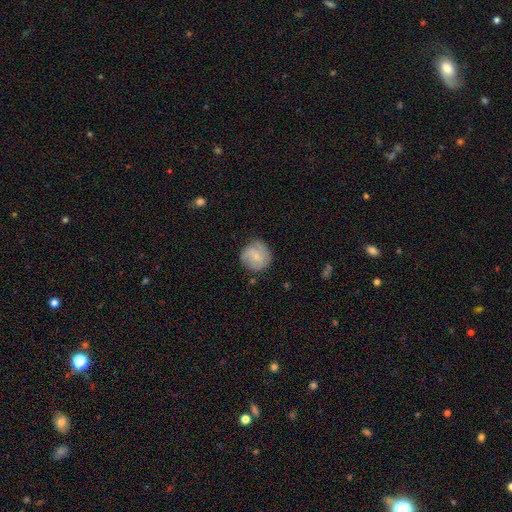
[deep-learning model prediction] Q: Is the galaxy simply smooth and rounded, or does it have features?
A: featured or disk — 50%.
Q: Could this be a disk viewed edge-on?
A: no — 98%.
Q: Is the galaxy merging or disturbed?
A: none — 73%.